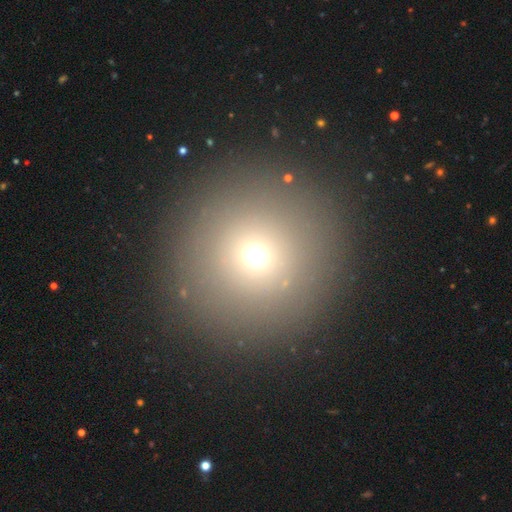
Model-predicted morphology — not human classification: This appears to be a smooth galaxy with no disk features (66%) that is round (94%). Merging: none (88%).